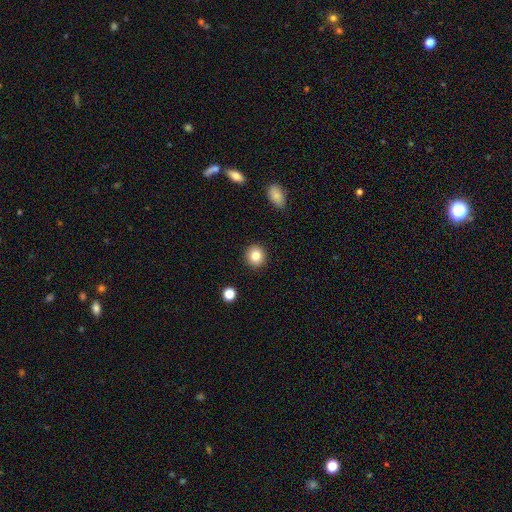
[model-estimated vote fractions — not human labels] A smooth galaxy with no disk features (83%) that is round (89%). Merging: none (92%).